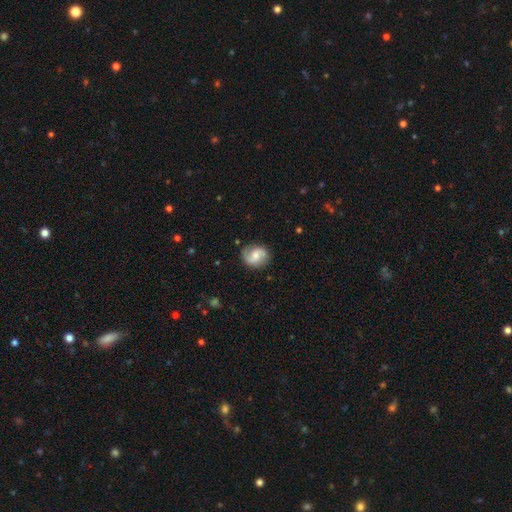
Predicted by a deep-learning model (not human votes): Overall: featured or disk (65%; smooth 28%). Edge-on disk: no (98%). Bar: no (46%; weak 44%). Spiral arms: yes (92%). Spiral arm count: 2 (87%). Spiral winding: medium (42%; loose 37%). Bulge size: moderate (54%; small 37%). Merging: none (81%).